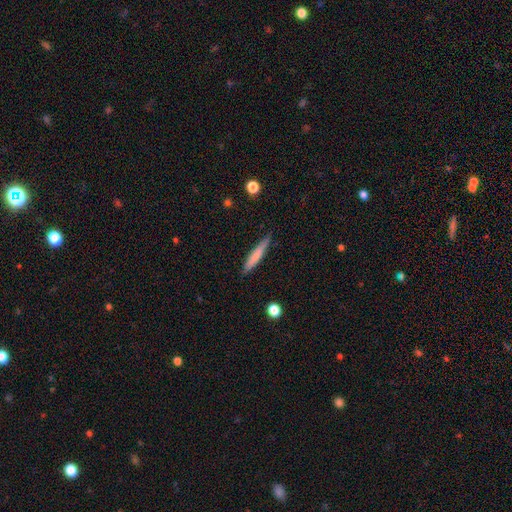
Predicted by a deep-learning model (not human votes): smooth_or_featured: smooth (p=0.71) [alt: featured or disk p=0.23]
how_rounded: cigar-shaped (p=0.93) [alt: in between p=0.06]
merging: none (p=0.86) [alt: minor disturbance p=0.11]